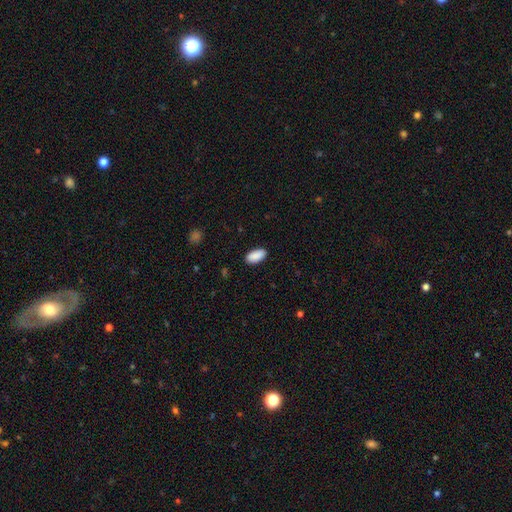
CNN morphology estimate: Smooth or featured: smooth — 91% (star or artifact — 6%)
How rounded: in between — 93% (cigar-shaped — 5%)
Merging: none — 88% (minor disturbance — 9%)